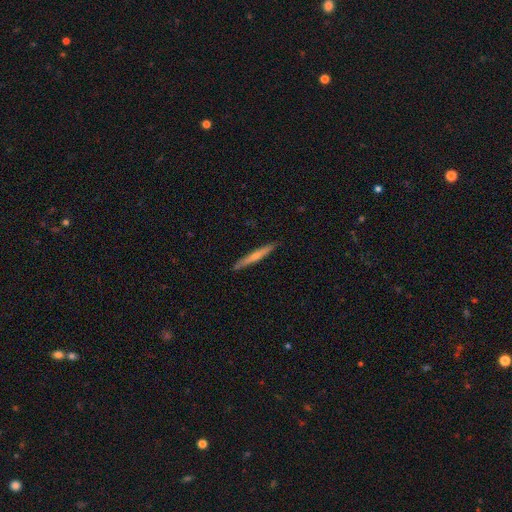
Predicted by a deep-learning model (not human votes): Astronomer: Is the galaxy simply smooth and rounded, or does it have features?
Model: featured or disk — 57% (runner-up: smooth, 37%).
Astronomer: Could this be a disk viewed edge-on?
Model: yes — 97%.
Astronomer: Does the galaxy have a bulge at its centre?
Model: rounded — 64%.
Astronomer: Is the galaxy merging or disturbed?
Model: none — 91%.